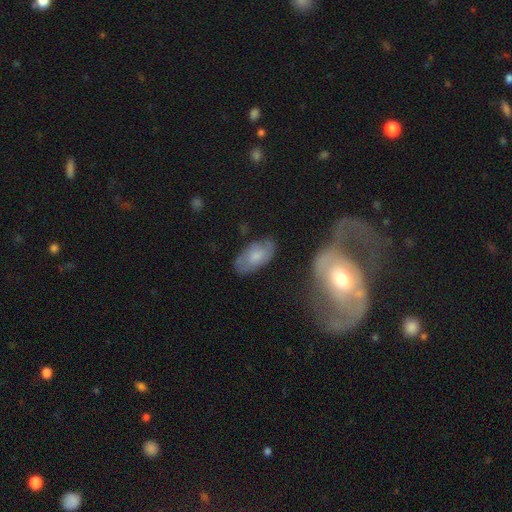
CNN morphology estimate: smooth_or_featured: smooth (p=0.58) [alt: featured or disk p=0.35]
how_rounded: in between (p=0.93) [alt: round p=0.03]
merging: none (p=0.71) [alt: minor disturbance p=0.20]